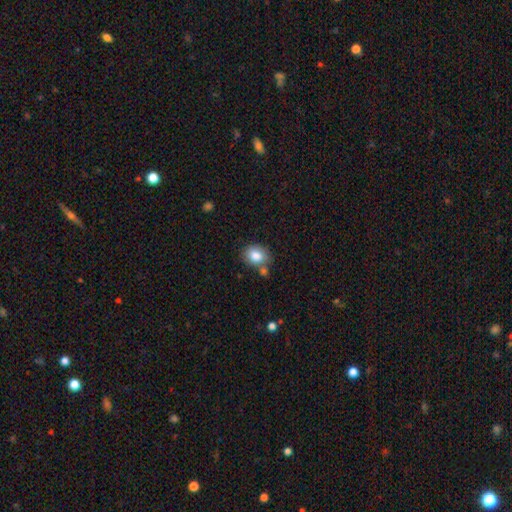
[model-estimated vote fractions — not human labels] Smooth or featured: smooth — 83% (featured or disk — 9%)
How rounded: in between — 58% (round — 41%)
Merging: none — 64% (minor disturbance — 17%)